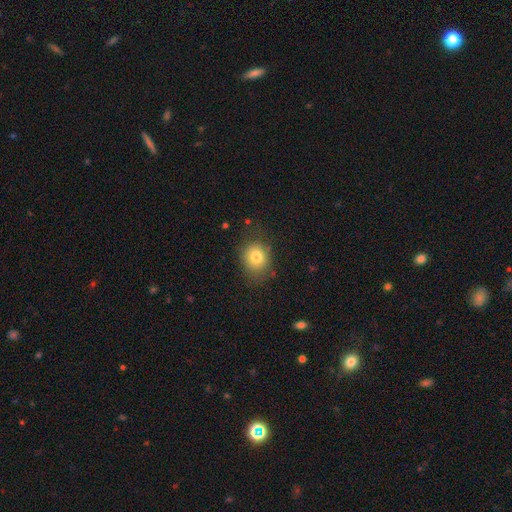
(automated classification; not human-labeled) This is likely a smooth galaxy (78%). How rounded: likely round (66%). Merging: likely none (76%).